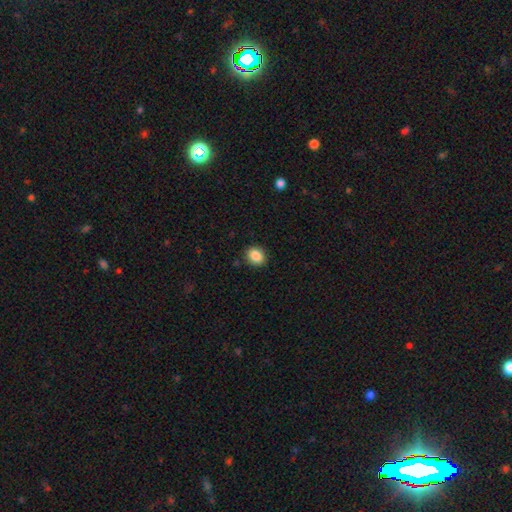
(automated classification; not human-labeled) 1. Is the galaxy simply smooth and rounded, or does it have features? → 87% smooth, 9% star or artifact, 4% featured or disk.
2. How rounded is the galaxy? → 56% round, 43% in between, 1% cigar-shaped.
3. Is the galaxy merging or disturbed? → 89% none, 8% minor disturbance, 2% major disturbance, 1% merger.